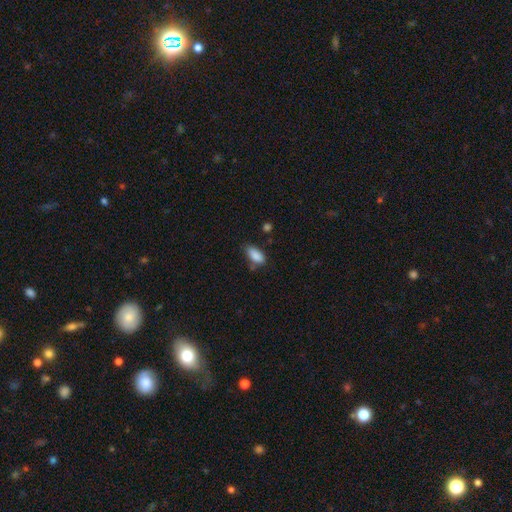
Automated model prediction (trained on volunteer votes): Morphology: type=smooth (88%); roundness=in between (89%); merging=none (65%).